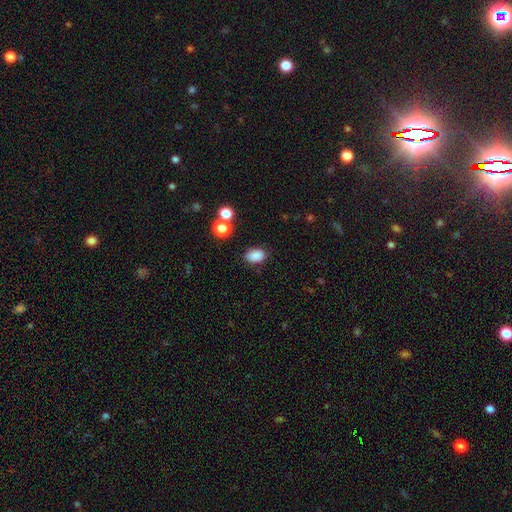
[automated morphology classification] This is clearly a smooth galaxy (86%). How rounded: clearly in between (82%). Merging: likely none (78%).